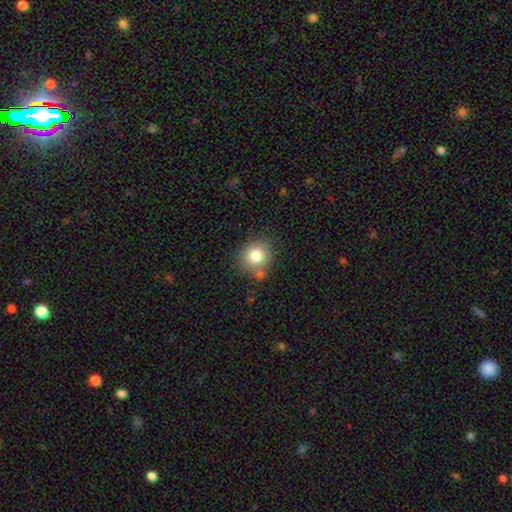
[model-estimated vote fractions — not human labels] Overall: smooth (81%). How rounded: round (85%). Merging: none (70%).